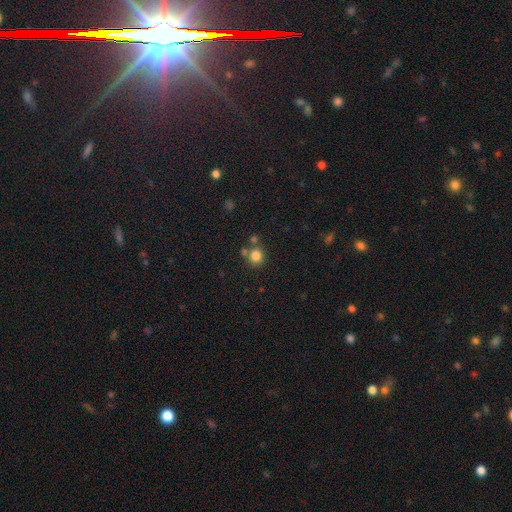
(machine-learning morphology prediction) type=smooth (81%); roundness=round (88%); merging=none (69%).